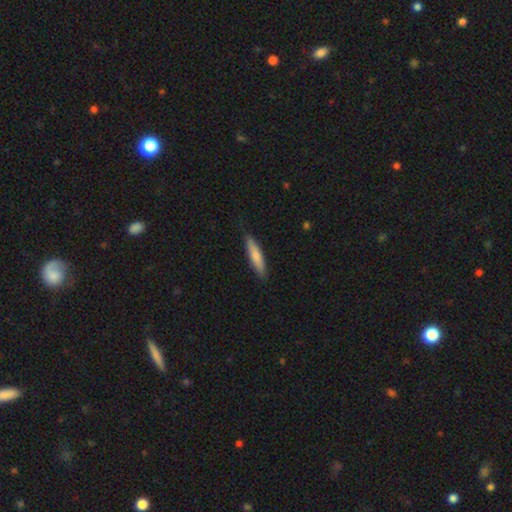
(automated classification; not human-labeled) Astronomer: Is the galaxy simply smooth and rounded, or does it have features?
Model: smooth — 77%.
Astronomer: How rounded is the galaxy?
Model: cigar-shaped — 80%.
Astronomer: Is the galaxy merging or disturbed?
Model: none — 86%.